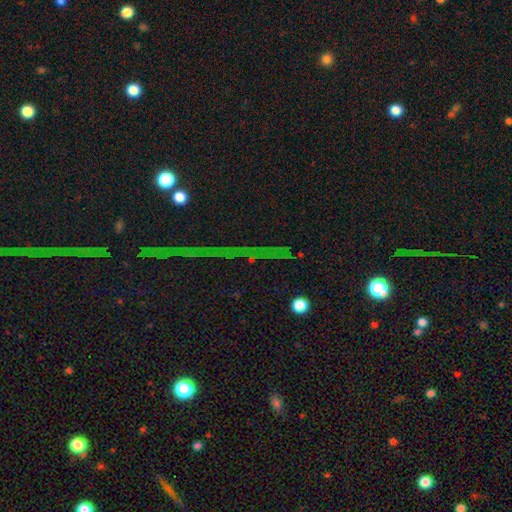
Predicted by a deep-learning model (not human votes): smooth_or_featured: star or artifact (p=0.80) [alt: smooth p=0.10]